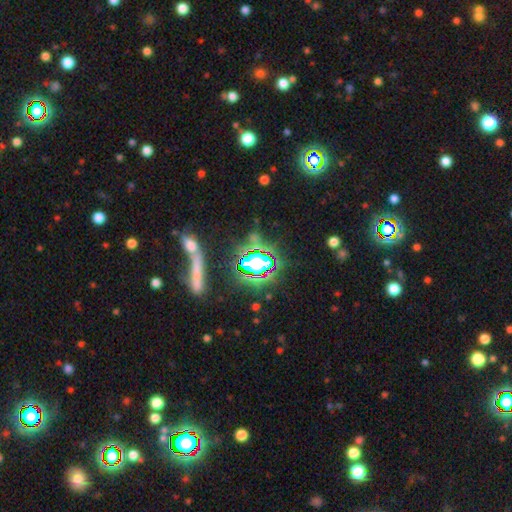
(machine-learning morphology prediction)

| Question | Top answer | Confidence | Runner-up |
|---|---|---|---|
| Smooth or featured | star or artifact | 65% | smooth (20%) |